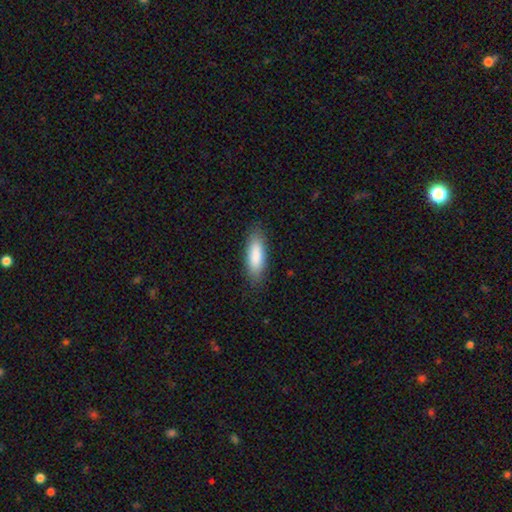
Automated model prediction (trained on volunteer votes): A smooth galaxy with no disk features (88%) that is in between round and cigar-shaped (62%). Merging: none (86%).